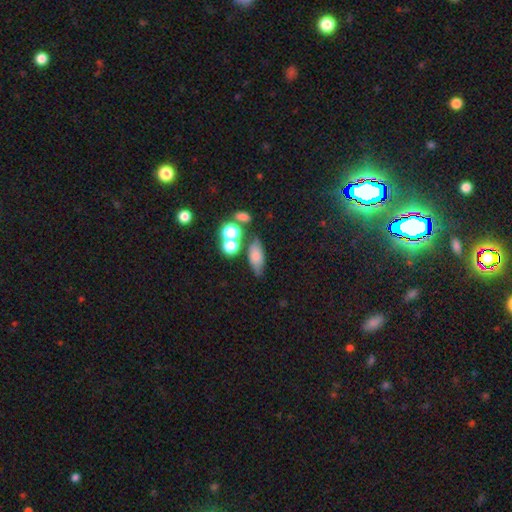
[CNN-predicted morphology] Q: Smooth or featured?
A: smooth (72%); runner-up: featured or disk (15%)
Q: How rounded?
A: in between (70%); runner-up: cigar-shaped (16%)
Q: Merging?
A: none (61%); runner-up: merger (16%)